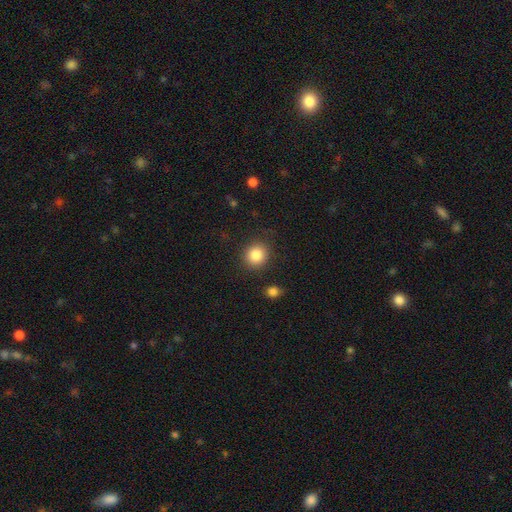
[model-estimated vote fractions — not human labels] Smooth or featured? smooth (85%)
How rounded? round (86%)
Merging? none (87%)